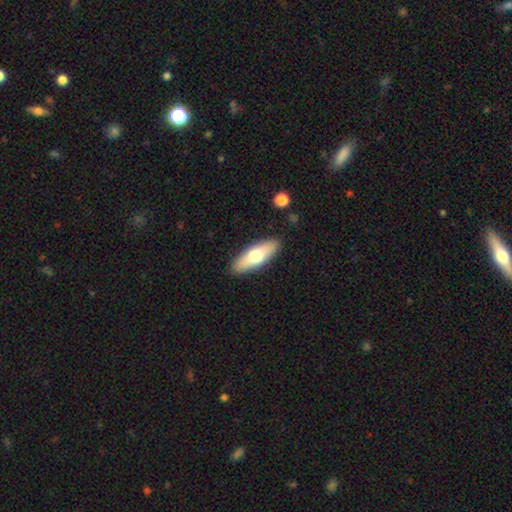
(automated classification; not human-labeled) Smooth or featured? Predicted: smooth (p=0.63). How rounded? Predicted: in between (p=0.61). Merging? Predicted: none (p=0.89).